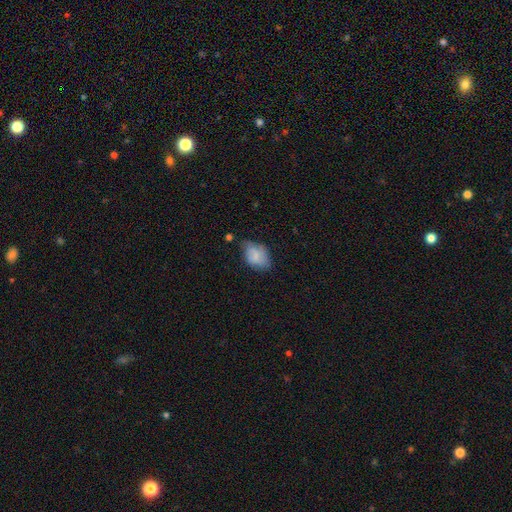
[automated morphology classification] This appears to be a smooth galaxy with no disk features (70%) that is in between round and cigar-shaped (85%). Merging: none (46%).